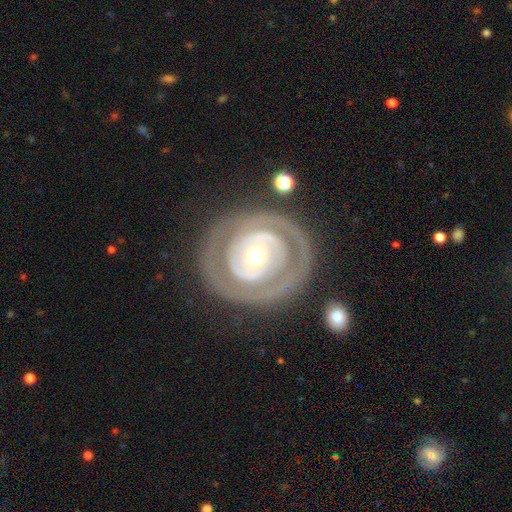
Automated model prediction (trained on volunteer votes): This appears to be a featured or disk galaxy (78%) with no bar (77%), no spiral arms (52%) and a moderate central bulge (61%). Merging: none (75%).